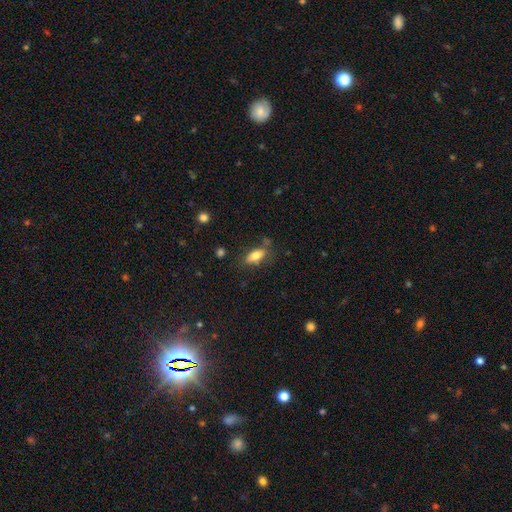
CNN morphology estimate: This is likely a smooth galaxy (76%). How rounded: clearly in between (83%). Merging: likely none (70%).